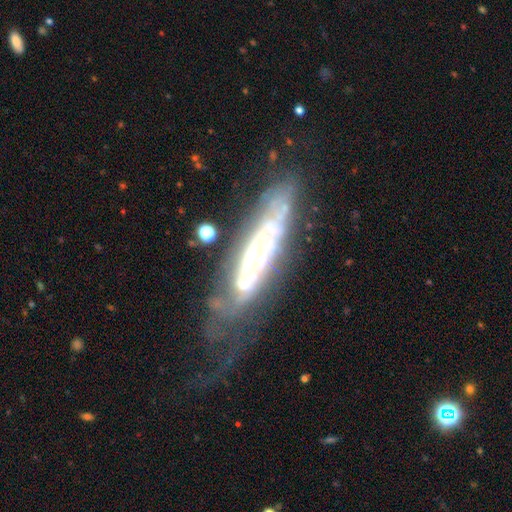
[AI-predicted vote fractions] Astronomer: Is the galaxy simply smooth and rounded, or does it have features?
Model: featured or disk — 82%.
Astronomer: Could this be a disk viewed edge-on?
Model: no — 76%.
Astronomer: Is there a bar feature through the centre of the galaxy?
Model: no — 66%.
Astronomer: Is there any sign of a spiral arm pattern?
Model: yes — 83%.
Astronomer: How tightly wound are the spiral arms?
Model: tight — 66%.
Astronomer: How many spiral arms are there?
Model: can't tell — 58%.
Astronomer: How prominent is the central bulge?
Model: small — 60%.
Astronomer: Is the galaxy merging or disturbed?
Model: none — 48% (runner-up: minor disturbance, 26%).